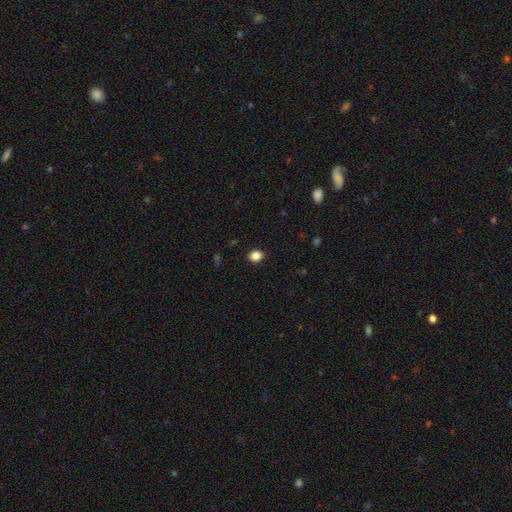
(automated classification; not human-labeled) Morphology: type=smooth (85%); roundness=round (65%); merging=none (91%).